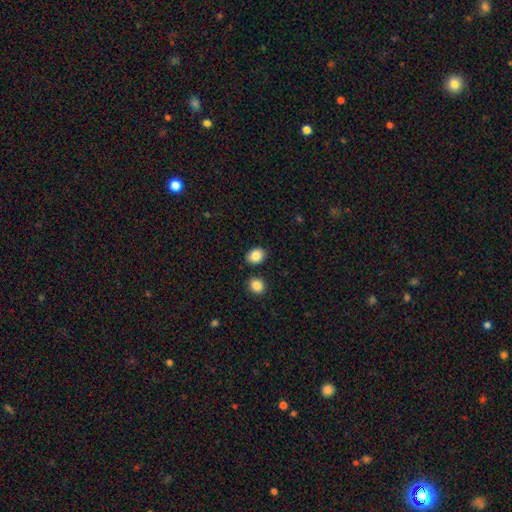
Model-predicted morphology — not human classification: smooth-or-featured: smooth: 87% | star or artifact: 8% | featured or disk: 5%
  how-rounded: in between: 57% | round: 42% | cigar-shaped: 1%
  merging: none: 84% | minor disturbance: 9% | merger: 6% | major disturbance: 2%